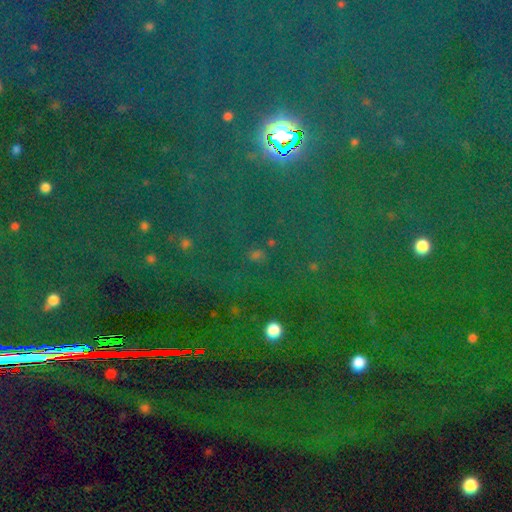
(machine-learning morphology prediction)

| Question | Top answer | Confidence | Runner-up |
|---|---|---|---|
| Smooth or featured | star or artifact | 84% | smooth (10%) |